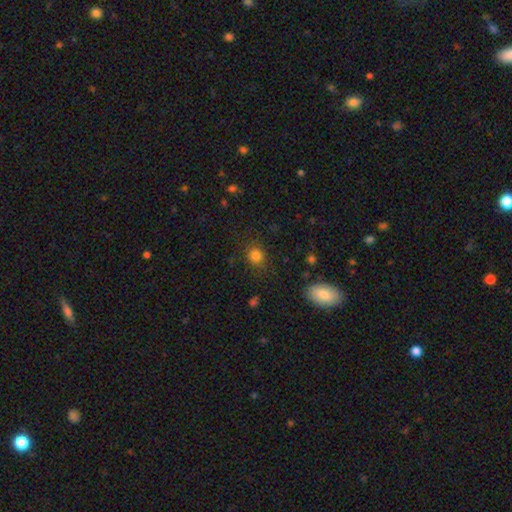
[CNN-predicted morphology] type=smooth (81%); roundness=round (75%); merging=none (77%).